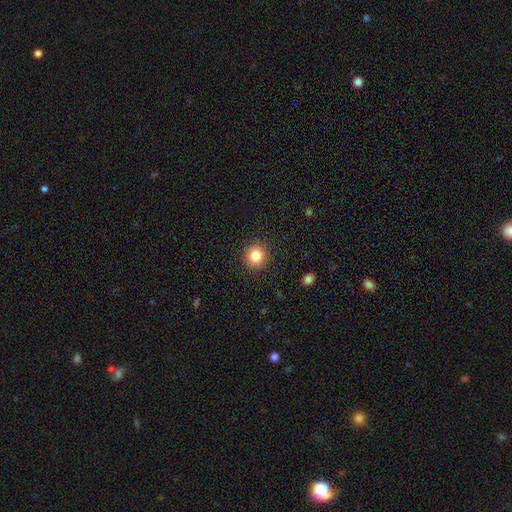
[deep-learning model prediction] Smooth or featured?
  - smooth: 85% *
  - star or artifact: 10%
  - featured or disk: 5%
How rounded?
  - round: 92% *
  - in between: 8%
  - cigar-shaped: 1%
Merging?
  - none: 90% *
  - minor disturbance: 6%
  - major disturbance: 2%
  - merger: 1%